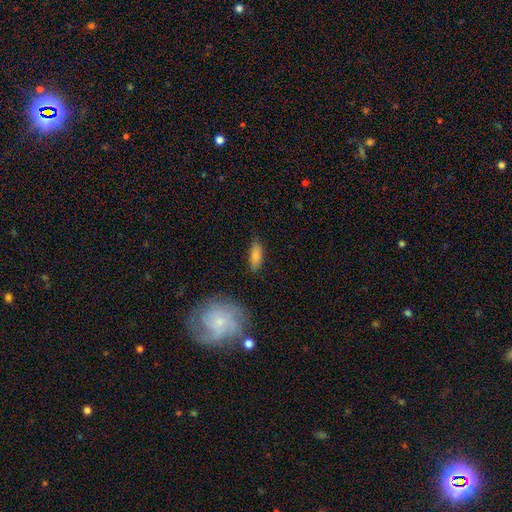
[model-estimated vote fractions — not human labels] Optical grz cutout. It shows a smooth galaxy with no disk features (82%) that is in between round and cigar-shaped (70%). Merging: none (82%).